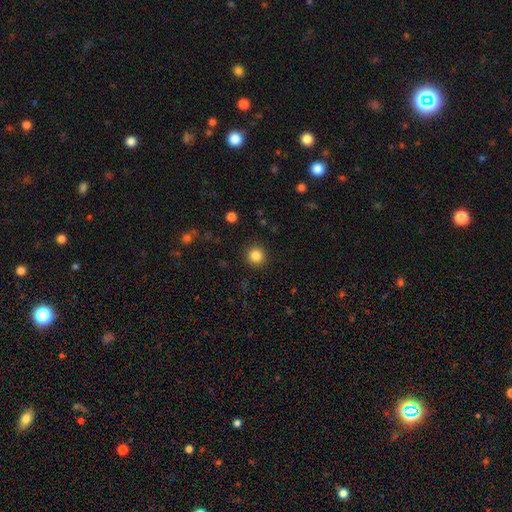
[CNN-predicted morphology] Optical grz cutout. It shows a smooth galaxy with no disk features (85%) that is round (94%). Merging: none (92%).